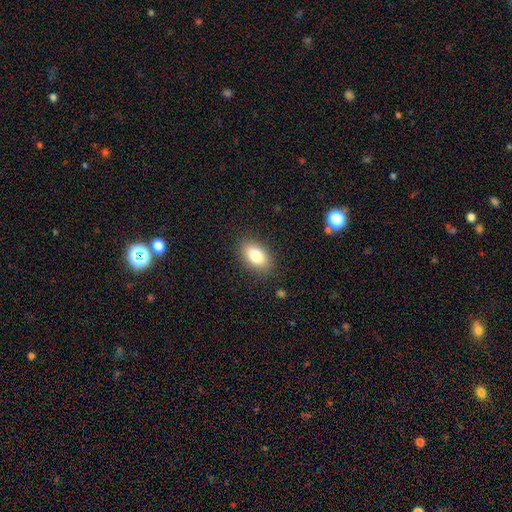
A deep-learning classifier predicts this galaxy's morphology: smooth-or-featured: smooth: 80% | featured or disk: 11% | star or artifact: 9%
  how-rounded: in between: 88% | round: 9% | cigar-shaped: 2%
  merging: none: 86% | minor disturbance: 10% | major disturbance: 3% | merger: 1%